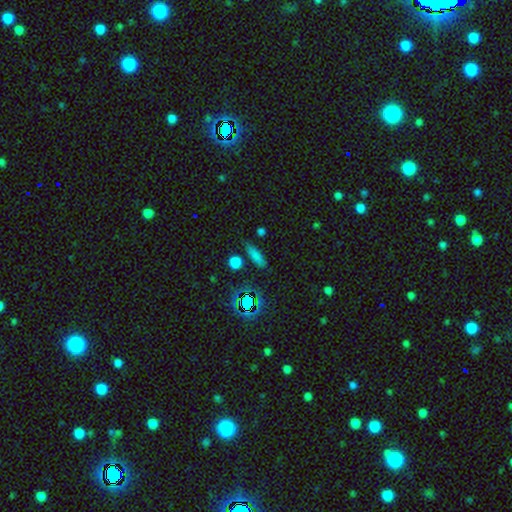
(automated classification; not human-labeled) The model was most divided on "how rounded": cigar-shaped: 67%, in between: 27%, round: 7%. More confident: merging — none (82%); smooth or featured — smooth (73%).